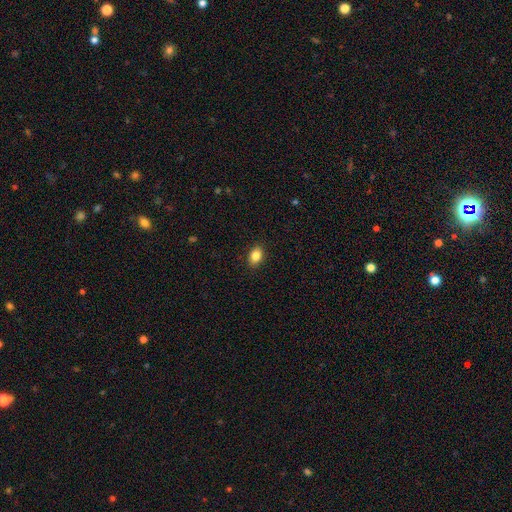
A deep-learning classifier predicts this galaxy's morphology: Q: Smooth or featured?
A: smooth (85%); runner-up: star or artifact (9%)
Q: How rounded?
A: in between (80%); runner-up: round (19%)
Q: Merging?
A: none (89%); runner-up: minor disturbance (8%)